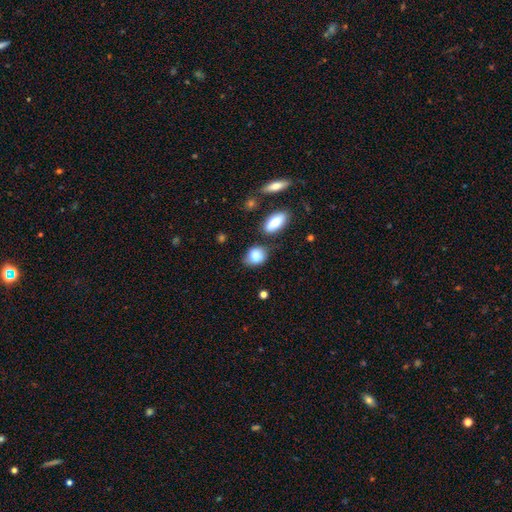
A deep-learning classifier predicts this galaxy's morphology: Smooth or featured? Predicted: smooth (p=0.81). How rounded? Predicted: in between (p=0.58). Merging? Predicted: none (p=0.64).